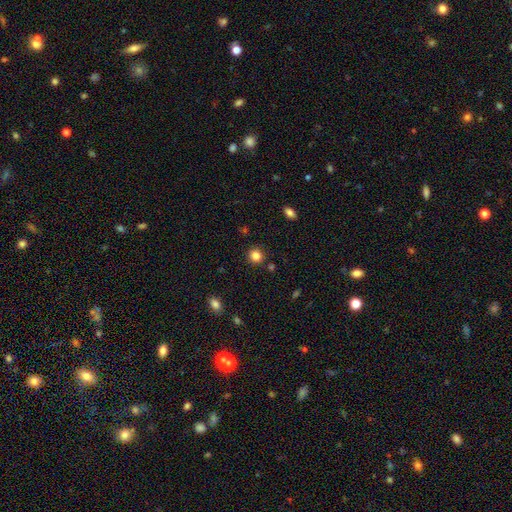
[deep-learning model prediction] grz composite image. It shows a smooth galaxy with no disk features (84%) that is round (90%). Merging: none (89%).